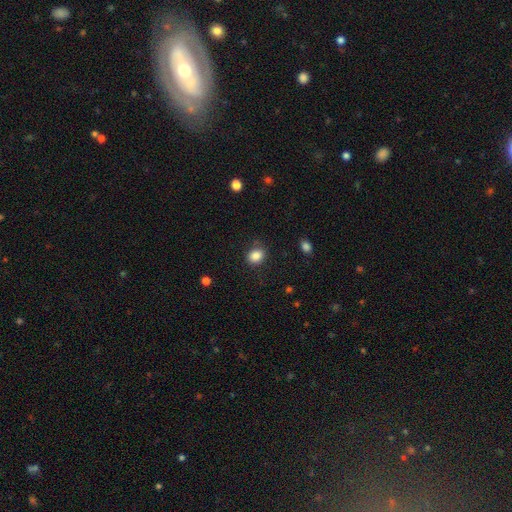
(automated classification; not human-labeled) Smooth or featured: smooth — 86% (star or artifact — 10%)
How rounded: round — 57% (in between — 42%)
Merging: none — 80% (minor disturbance — 14%)